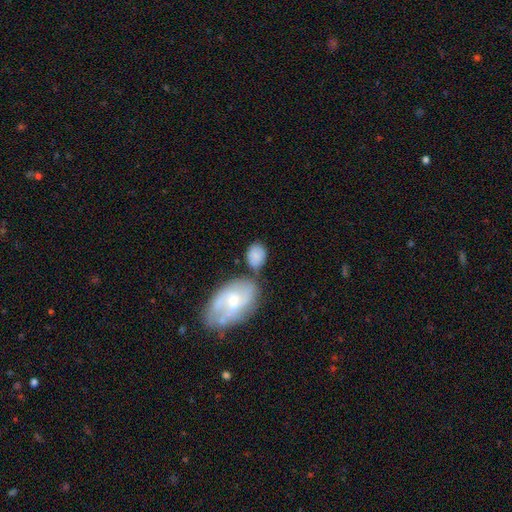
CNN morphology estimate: smooth 75%, featured or disk 18%, star or artifact 7%. Down the decision tree: how rounded — in between (67%); merging — none (47%).